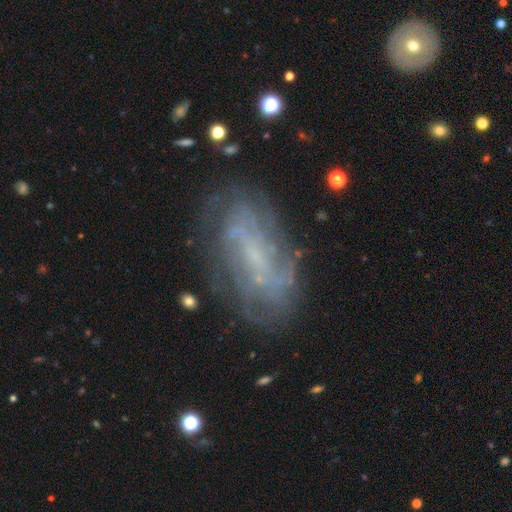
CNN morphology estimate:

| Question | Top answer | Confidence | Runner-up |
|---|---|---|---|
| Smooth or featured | featured or disk | 72% | smooth (19%) |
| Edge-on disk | no | 92% | yes (8%) |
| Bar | no | 43% | weak (42%) |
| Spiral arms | yes | 77% | no (23%) |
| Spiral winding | tight | 47% | medium (33%) |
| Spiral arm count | can't tell | 59% | 2 (16%) |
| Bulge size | small | 53% | none (32%) |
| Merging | none | 71% | minor disturbance (18%) |